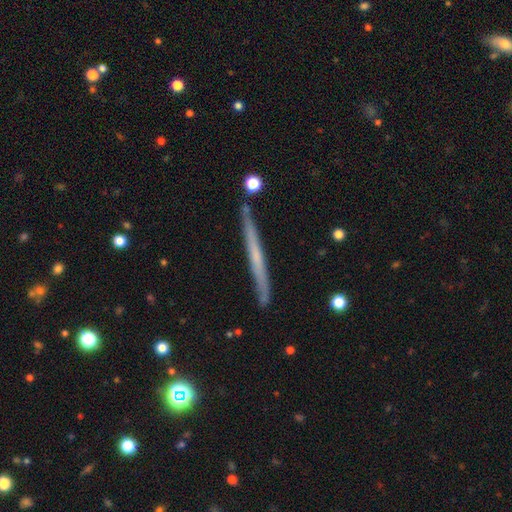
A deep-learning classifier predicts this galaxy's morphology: Q: Smooth or featured?
A: featured or disk (57%); runner-up: smooth (36%)
Q: Edge-on disk?
A: yes (97%); runner-up: no (3%)
Q: Edge-on bulge?
A: none (81%); runner-up: rounded (14%)
Q: Merging?
A: none (88%); runner-up: minor disturbance (8%)